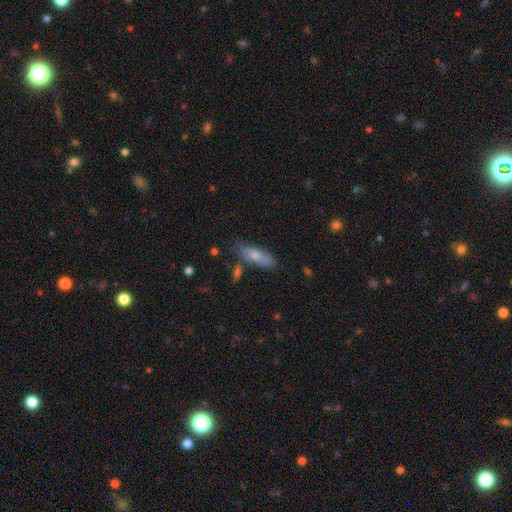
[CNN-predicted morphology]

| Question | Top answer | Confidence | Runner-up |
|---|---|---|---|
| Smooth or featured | smooth | 68% | featured or disk (25%) |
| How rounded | in between | 53% | cigar-shaped (44%) |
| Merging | none | 68% | minor disturbance (19%) |